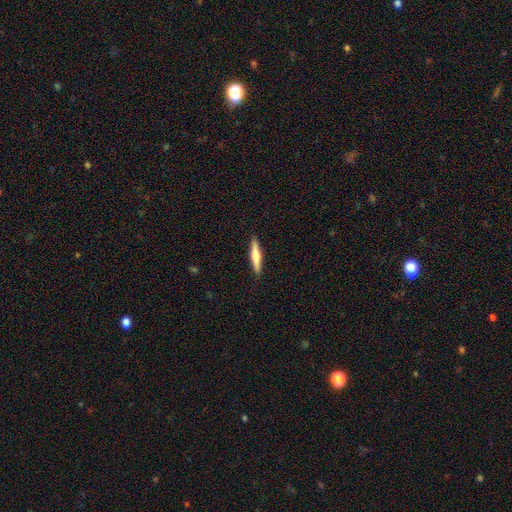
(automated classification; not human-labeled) Smooth or featured?
  - smooth: 48% *
  - featured or disk: 47%
  - star or artifact: 5%
Merging?
  - none: 91% *
  - minor disturbance: 7%
  - major disturbance: 1%
  - merger: 1%